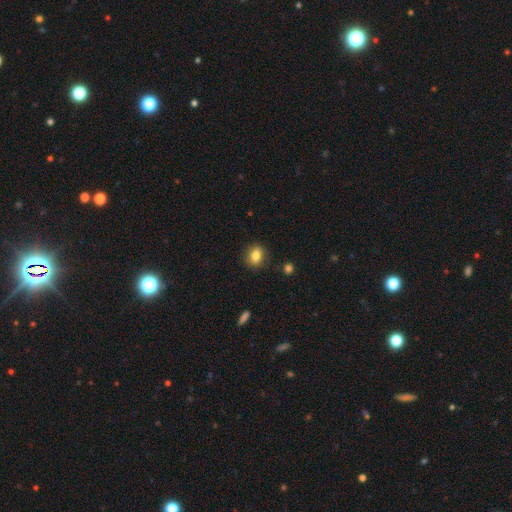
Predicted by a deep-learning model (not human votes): Overall: smooth (83%). How rounded: round (57%; in between 42%). Merging: none (86%).